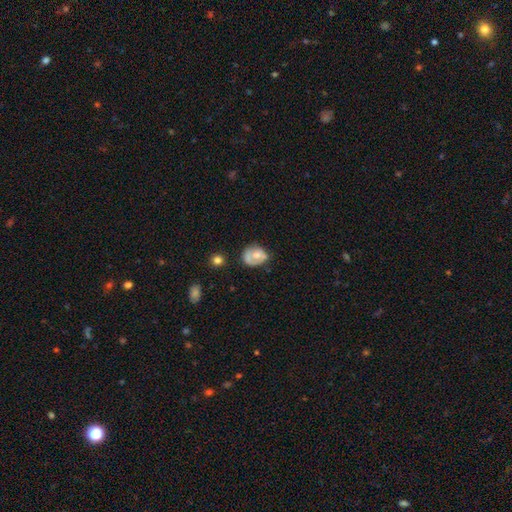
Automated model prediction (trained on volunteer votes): This appears to be a smooth galaxy with no disk features (53%) that is round (54%). Merging: none (49%).